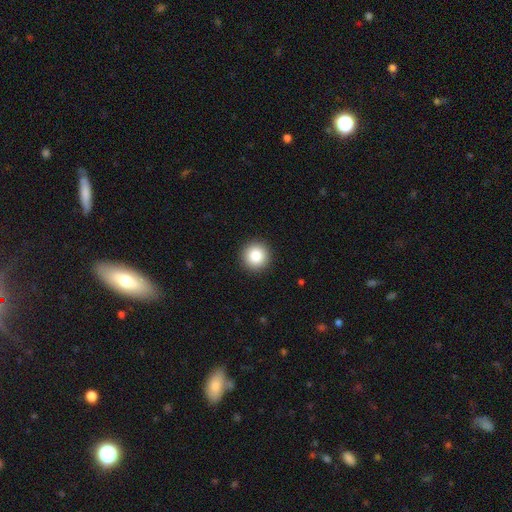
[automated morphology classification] Q: Smooth or featured?
A: smooth (87%); runner-up: star or artifact (9%)
Q: How rounded?
A: round (95%); runner-up: in between (4%)
Q: Merging?
A: none (93%); runner-up: minor disturbance (5%)